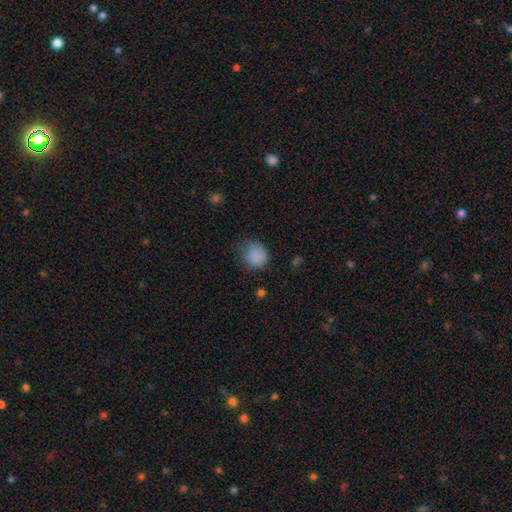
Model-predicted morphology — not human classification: A smooth galaxy with no disk features (84%) that is round (77%). Merging: none (60%).